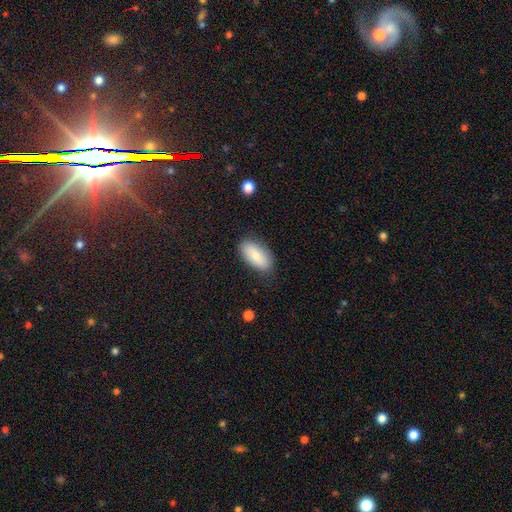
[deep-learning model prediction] Smooth or featured? smooth (81%)
How rounded? in between (92%)
Merging? none (84%)